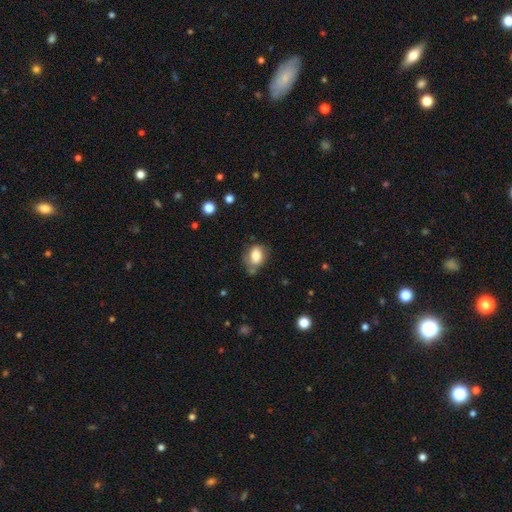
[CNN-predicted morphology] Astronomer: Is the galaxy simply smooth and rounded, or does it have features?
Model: smooth — 78%.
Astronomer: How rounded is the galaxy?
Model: in between — 72%.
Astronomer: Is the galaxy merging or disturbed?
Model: none — 52% (runner-up: minor disturbance, 30%).